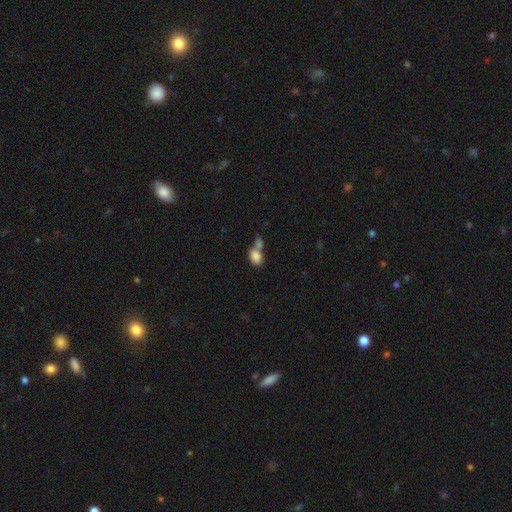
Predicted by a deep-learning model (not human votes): Smooth or featured: smooth — 82% (featured or disk — 9%)
How rounded: in between — 69% (round — 30%)
Merging: merger — 60% (none — 25%)